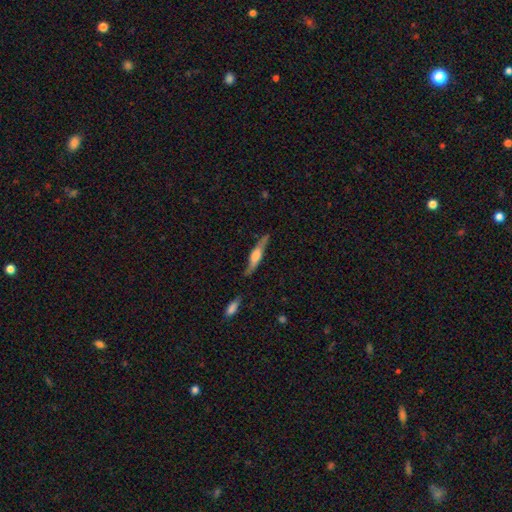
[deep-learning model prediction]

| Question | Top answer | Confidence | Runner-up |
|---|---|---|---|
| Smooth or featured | featured or disk | 64% | smooth (30%) |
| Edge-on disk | yes | 90% | no (10%) |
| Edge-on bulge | rounded | 74% | boxy (20%) |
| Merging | none | 75% | minor disturbance (17%) |